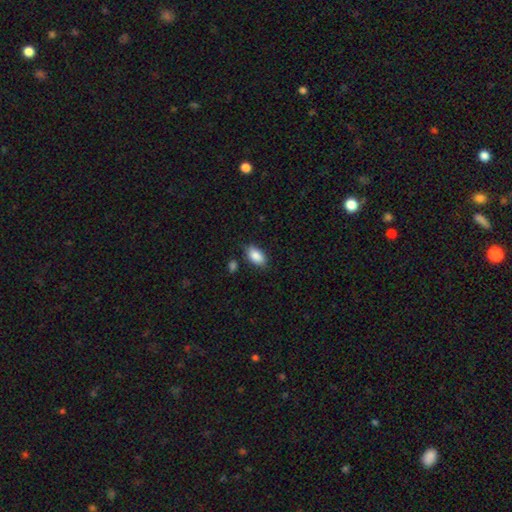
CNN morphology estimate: The model was most divided on "merging": none: 83%, minor disturbance: 12%, merger: 3%, major disturbance: 3%. More confident: how rounded — in between (93%); smooth or featured — smooth (88%).